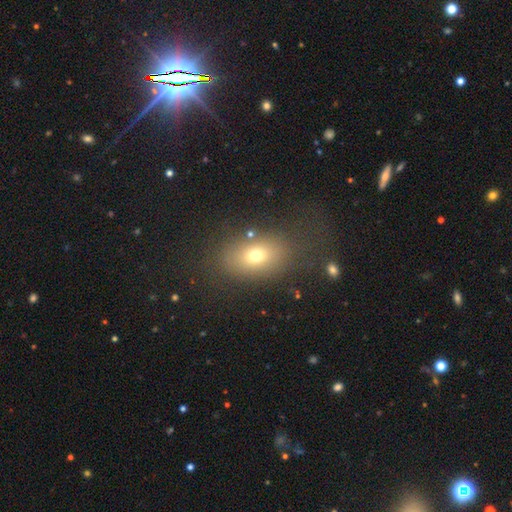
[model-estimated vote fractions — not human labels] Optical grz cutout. It shows a smooth galaxy with no disk features (68%) that is in between round and cigar-shaped (72%). Merging: none (72%).